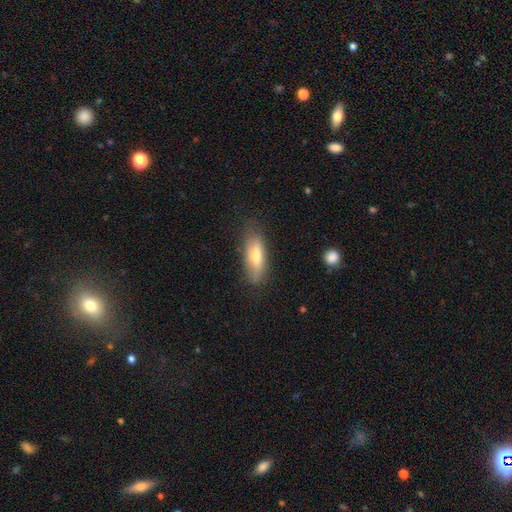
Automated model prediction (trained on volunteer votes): smooth-or-featured: smooth: 63% | featured or disk: 30% | star or artifact: 7%
  how-rounded: in between: 57% | cigar-shaped: 40% | round: 2%
  merging: none: 75% | minor disturbance: 19% | major disturbance: 5% | merger: 2%